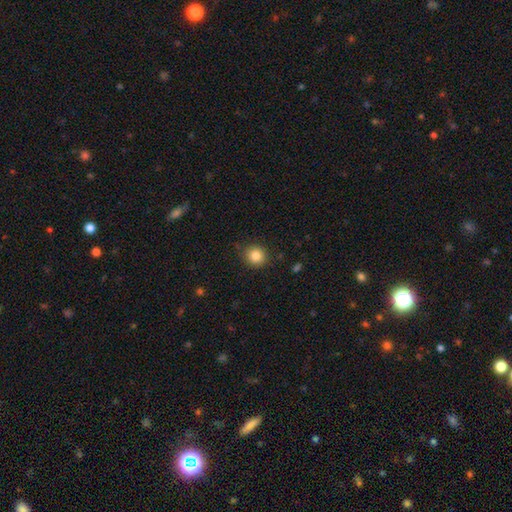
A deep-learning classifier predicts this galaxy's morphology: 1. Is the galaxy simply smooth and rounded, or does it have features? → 84% smooth, 10% star or artifact, 5% featured or disk.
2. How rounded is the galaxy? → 89% round, 10% in between, 1% cigar-shaped.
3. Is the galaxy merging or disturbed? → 87% none, 9% minor disturbance, 2% major disturbance, 1% merger.